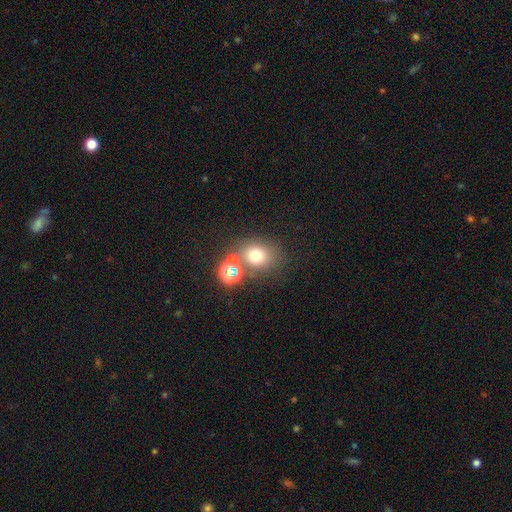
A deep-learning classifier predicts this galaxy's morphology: Q: Smooth or featured?
A: smooth (69%); runner-up: star or artifact (20%)
Q: How rounded?
A: round (65%); runner-up: in between (34%)
Q: Merging?
A: none (63%); runner-up: merger (20%)